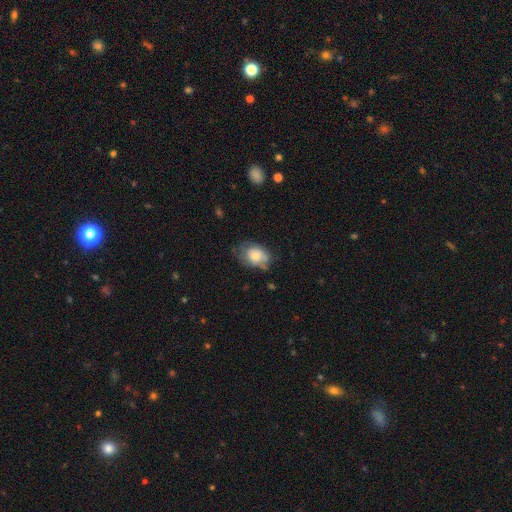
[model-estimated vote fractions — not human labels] A smooth galaxy with no disk features (66%) that is in between round and cigar-shaped (72%).

Vote fractions:
- Smooth or featured? smooth: 66% / featured or disk: 26% / star or artifact: 8%
- How rounded? in between: 72% / round: 27% / cigar-shaped: 1%
- Merging? none: 50% / minor disturbance: 33% / major disturbance: 14% / merger: 2%